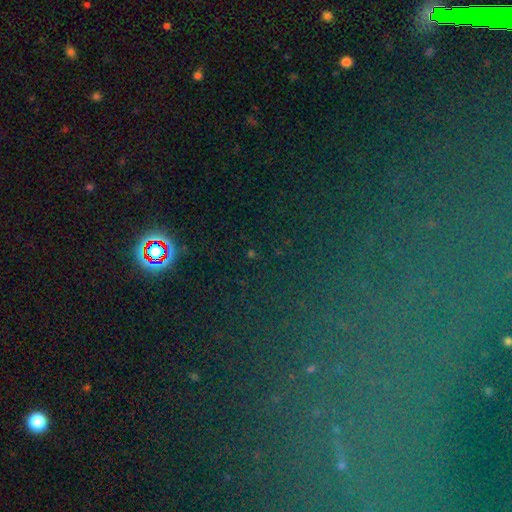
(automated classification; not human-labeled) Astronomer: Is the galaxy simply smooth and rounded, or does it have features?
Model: star or artifact — 75%.